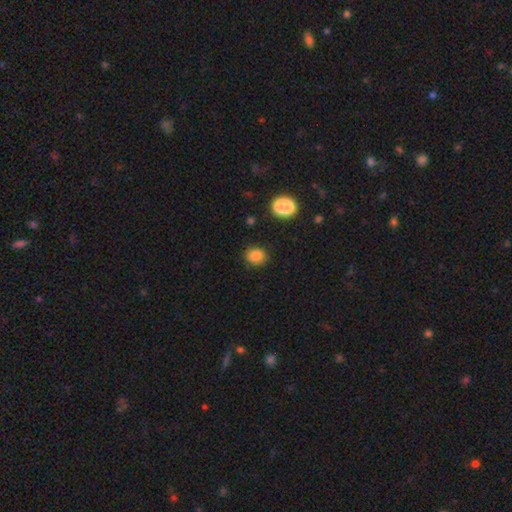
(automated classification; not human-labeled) smooth_or_featured: smooth (p=0.84) [alt: star or artifact p=0.12]
how_rounded: round (p=0.61) [alt: in between p=0.38]
merging: none (p=0.84) [alt: minor disturbance p=0.11]